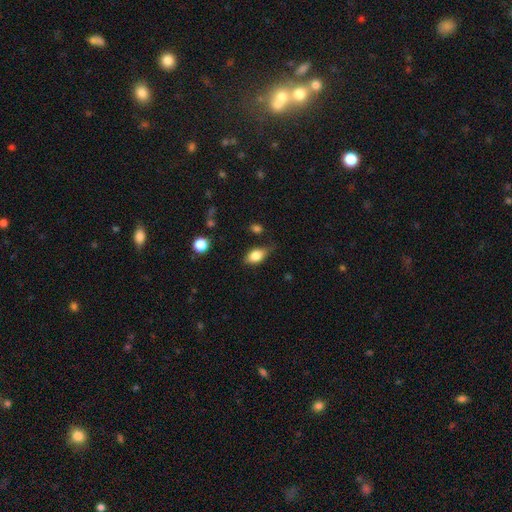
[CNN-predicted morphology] Smooth or featured? smooth (79%)
How rounded? in between (84%)
Merging? none (63%)